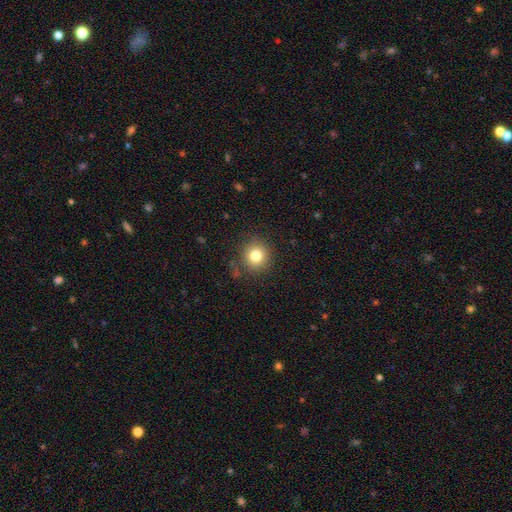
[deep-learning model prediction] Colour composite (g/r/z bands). It shows a smooth galaxy with no disk features (80%) that is round (90%). Merging: none (86%).